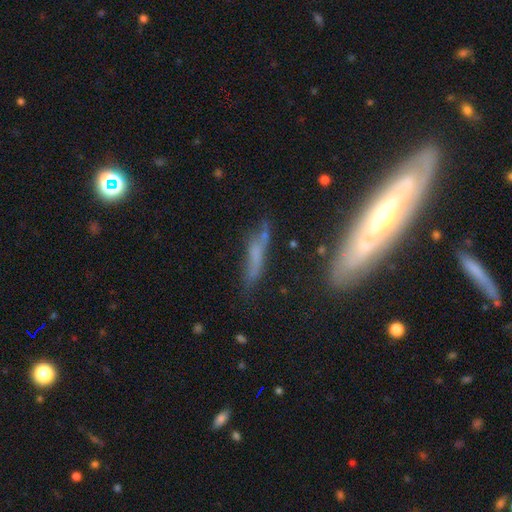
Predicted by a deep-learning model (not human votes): This appears to be a smooth galaxy with no disk features (52%) that is cigar-shaped (81%). Merging: none (57%).